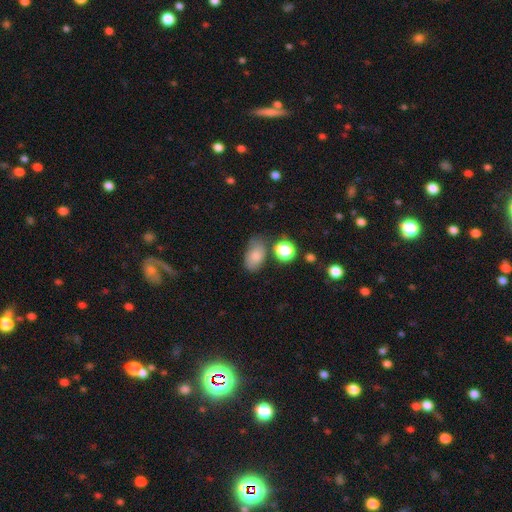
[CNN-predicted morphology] type=smooth (78%); roundness=in between (87%); merging=none (61%).